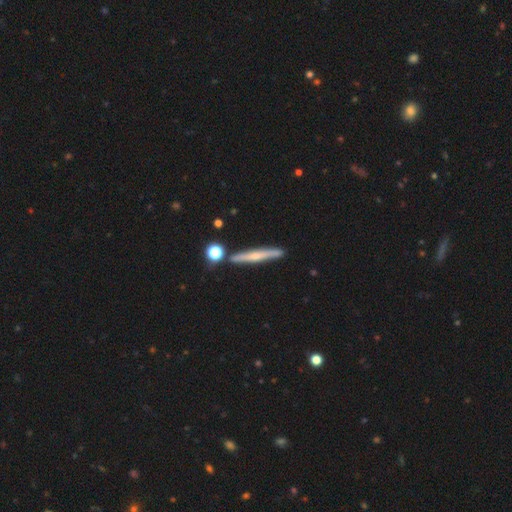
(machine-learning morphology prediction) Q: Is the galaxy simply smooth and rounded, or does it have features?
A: featured or disk — 55%.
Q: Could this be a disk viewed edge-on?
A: yes — 95%.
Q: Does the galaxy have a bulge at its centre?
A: rounded — 62%.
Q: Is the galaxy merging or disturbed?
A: none — 83%.